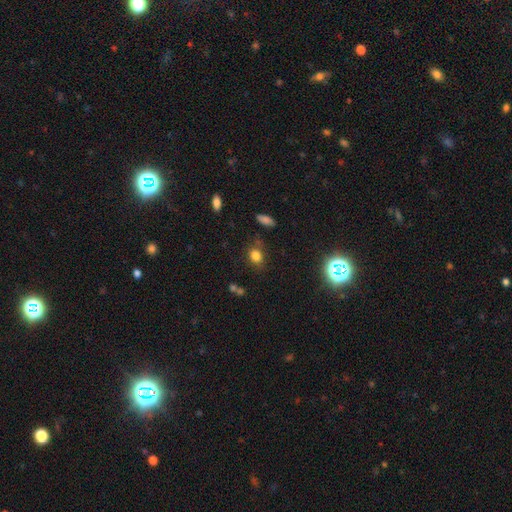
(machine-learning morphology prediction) smooth_or_featured: smooth (p=0.78) [alt: star or artifact p=0.15]
how_rounded: round (p=0.51) [alt: in between p=0.48]
merging: none (p=0.75) [alt: minor disturbance p=0.15]